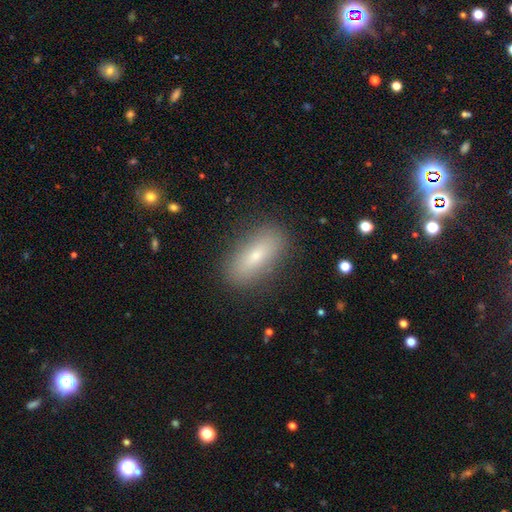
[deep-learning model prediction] Smooth or featured: smooth — 71% (featured or disk — 20%)
How rounded: in between — 73% (cigar-shaped — 23%)
Merging: none — 86% (minor disturbance — 10%)